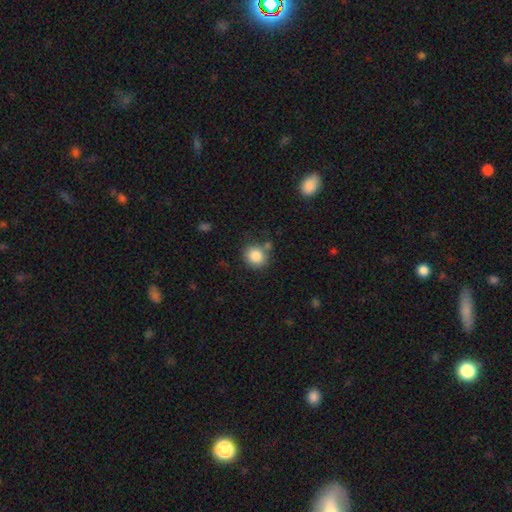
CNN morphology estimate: Smooth or featured: smooth — 85% (star or artifact — 9%)
How rounded: round — 83% (in between — 16%)
Merging: none — 74% (minor disturbance — 12%)